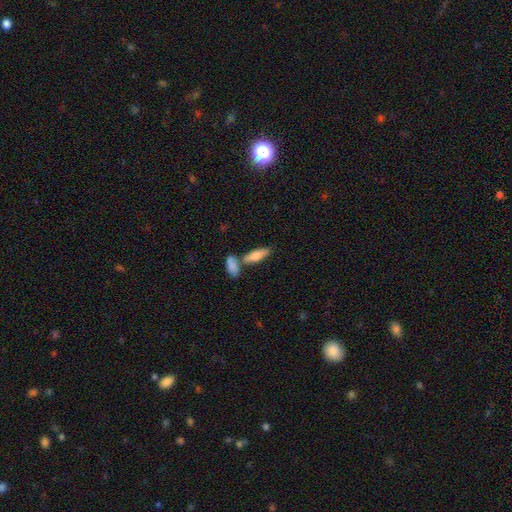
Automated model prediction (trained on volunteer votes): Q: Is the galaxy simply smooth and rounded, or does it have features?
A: smooth — 73%.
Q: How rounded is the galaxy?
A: in between — 61%.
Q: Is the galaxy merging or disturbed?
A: none — 56%.